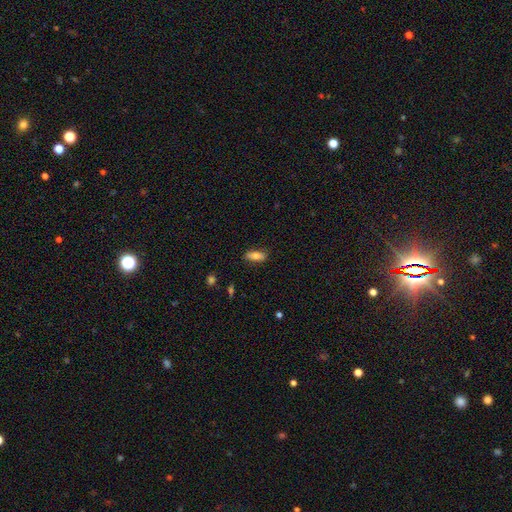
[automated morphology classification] The model was most divided on "how rounded": in between: 73%, cigar-shaped: 24%, round: 3%. More confident: merging — none (83%); smooth or featured — smooth (76%).